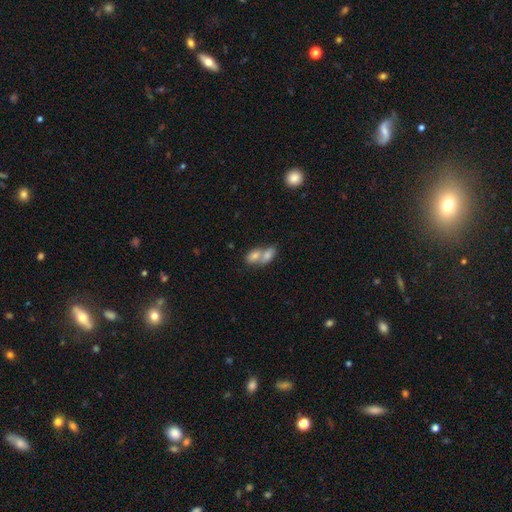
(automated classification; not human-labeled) The model was most divided on "smooth or featured": smooth: 65%, featured or disk: 22%, star or artifact: 13%. More confident: how rounded — in between (72%); merging — merger (71%).